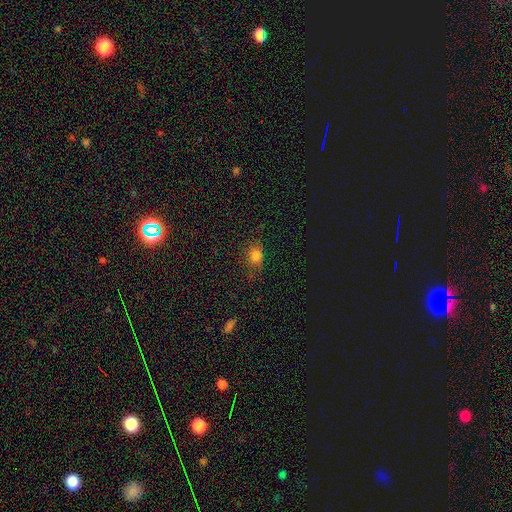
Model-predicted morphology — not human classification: Smooth or featured?
  - smooth: 78% *
  - star or artifact: 15%
  - featured or disk: 7%
How rounded?
  - round: 54% *
  - in between: 44%
  - cigar-shaped: 2%
Merging?
  - none: 68% *
  - minor disturbance: 23%
  - major disturbance: 8%
  - merger: 2%